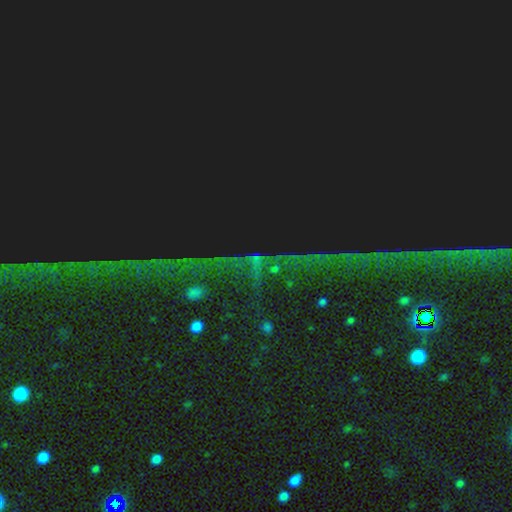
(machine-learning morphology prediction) type=star or artifact (82%).